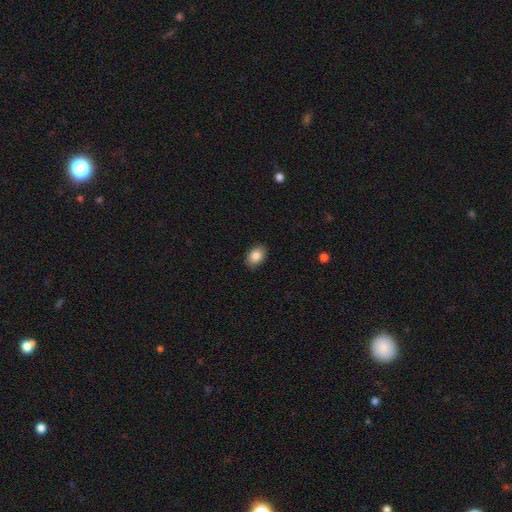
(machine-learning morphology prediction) Overall: smooth (87%). How rounded: in between (82%). Merging: none (88%).